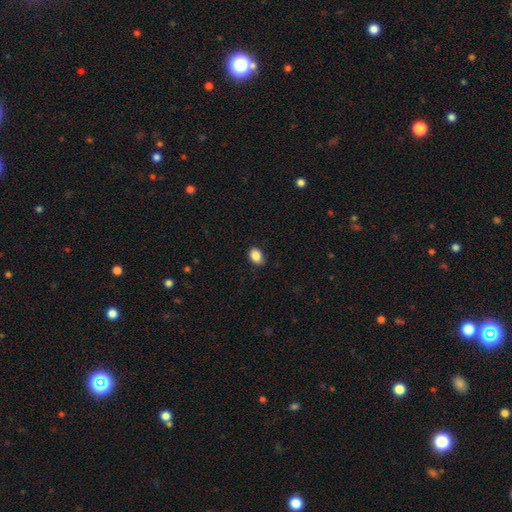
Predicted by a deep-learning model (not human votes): smooth_or_featured: smooth (p=0.87) [alt: star or artifact p=0.09]
how_rounded: in between (p=0.78) [alt: round p=0.21]
merging: none (p=0.82) [alt: minor disturbance p=0.15]